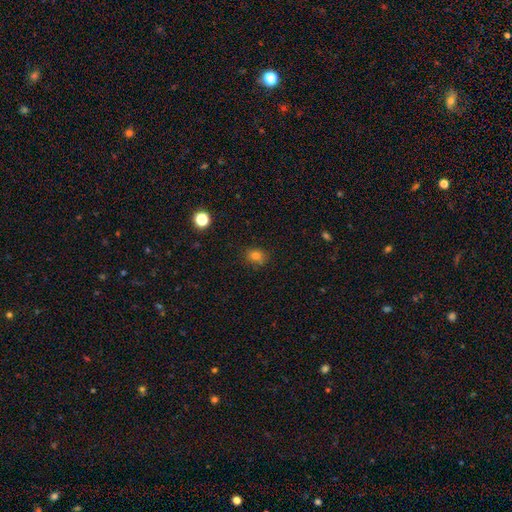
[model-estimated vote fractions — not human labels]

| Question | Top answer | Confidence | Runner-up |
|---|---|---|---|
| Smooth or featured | smooth | 78% | star or artifact (16%) |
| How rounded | round | 57% | in between (42%) |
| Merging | none | 81% | minor disturbance (13%) |